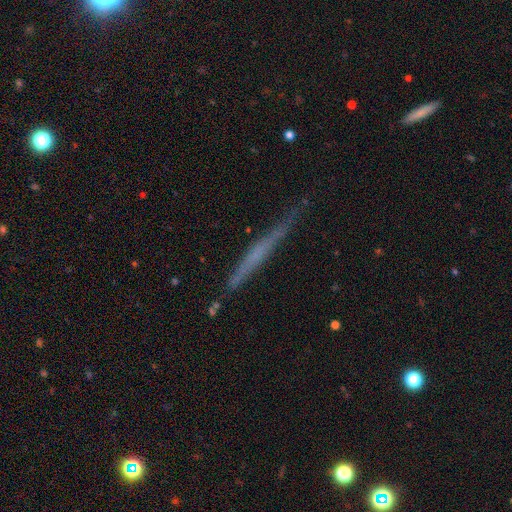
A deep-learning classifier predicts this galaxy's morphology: Smooth or featured? Predicted: featured or disk (p=0.56). Edge-on disk? Predicted: yes (p=0.96). Edge-on bulge? Predicted: none (p=0.80). Merging? Predicted: none (p=0.79).